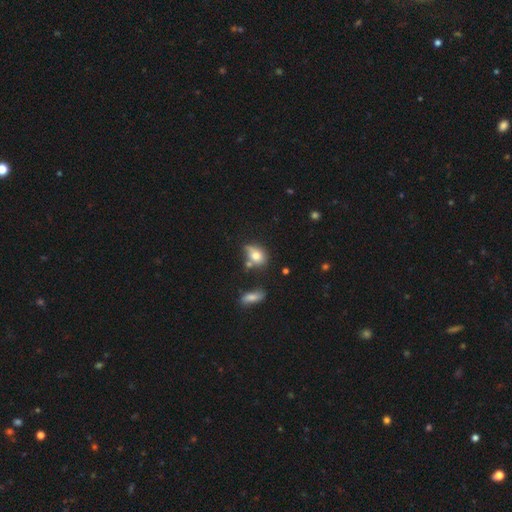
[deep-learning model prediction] This appears to be a smooth galaxy with no disk features (74%) that is in between round and cigar-shaped (68%). Merging: none (40%).